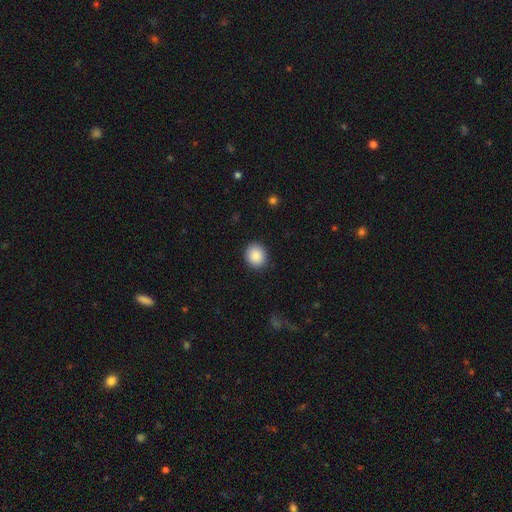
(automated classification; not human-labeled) This is clearly a smooth galaxy (88%). How rounded: likely round (74%). Merging: clearly none (89%).